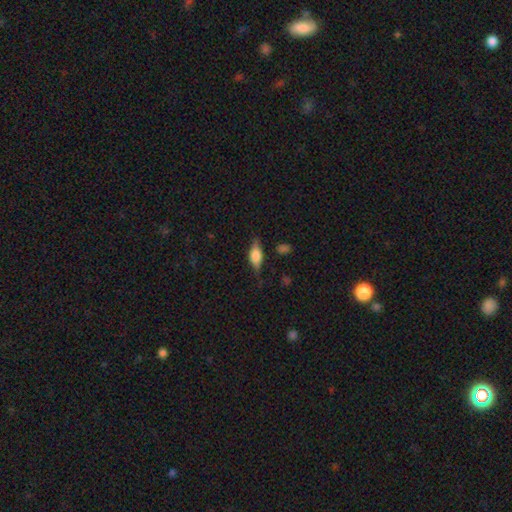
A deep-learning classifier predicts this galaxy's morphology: smooth-or-featured: featured or disk: 47% | smooth: 45% | star or artifact: 8%
  merging: none: 75% | minor disturbance: 18% | major disturbance: 5% | merger: 2%